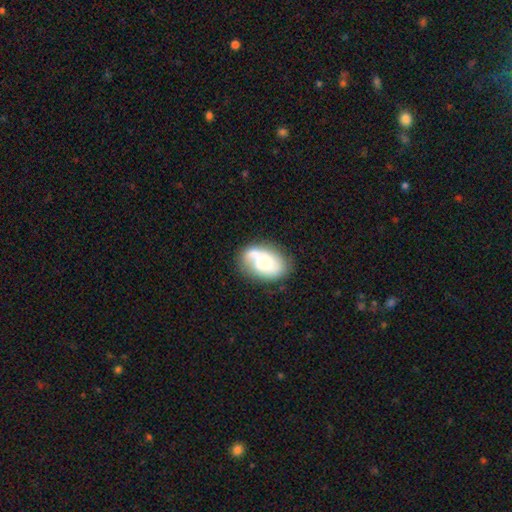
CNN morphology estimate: type=featured or disk (53%); edge-on=no (96%); bar=no (68%); spiral arms=yes (75%); bulge=moderate (50%); merging=none (52%).